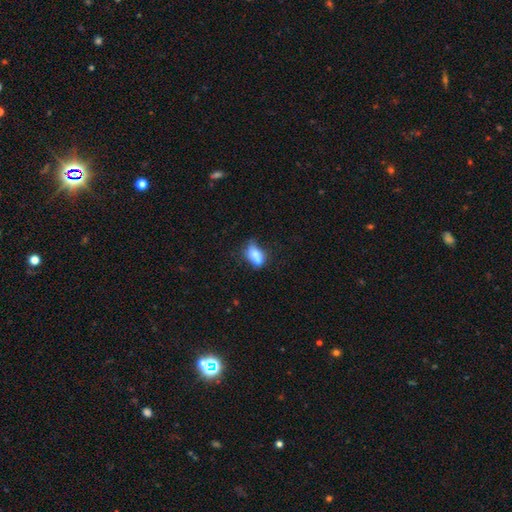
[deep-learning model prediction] Q: Smooth or featured?
A: smooth (67%); runner-up: featured or disk (24%)
Q: How rounded?
A: in between (76%); runner-up: round (20%)
Q: Merging?
A: merger (51%); runner-up: none (25%)